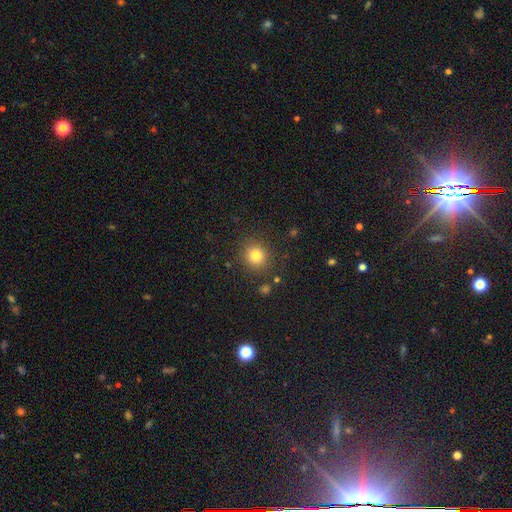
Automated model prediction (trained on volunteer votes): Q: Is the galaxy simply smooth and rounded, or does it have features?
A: smooth — 81%.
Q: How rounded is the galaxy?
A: round — 90%.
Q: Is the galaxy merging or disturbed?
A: none — 87%.